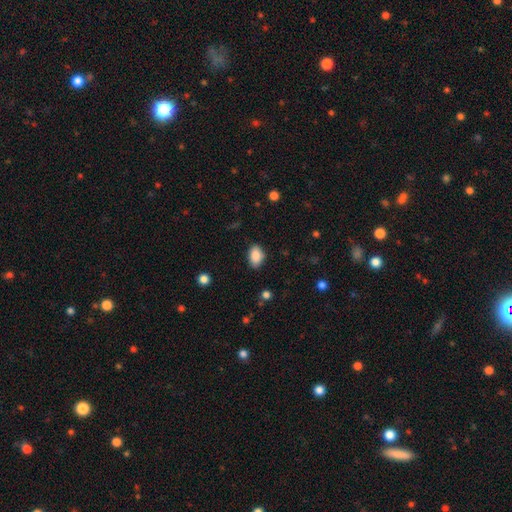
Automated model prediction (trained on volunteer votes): A smooth galaxy with no disk features (88%) that is in between round and cigar-shaped (88%). Merging: none (84%).